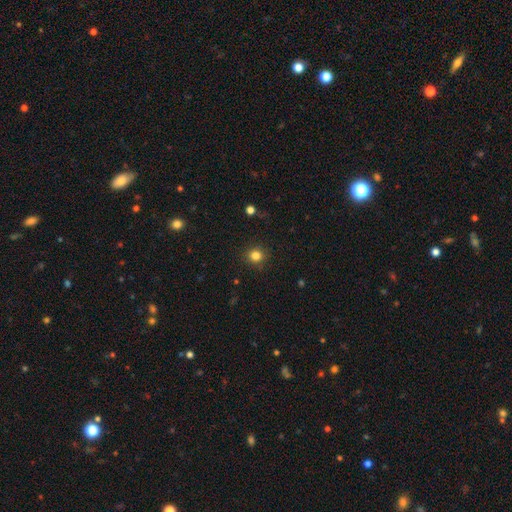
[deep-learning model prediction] Smooth or featured: smooth — 82% (star or artifact — 13%)
How rounded: round — 88% (in between — 11%)
Merging: none — 90% (minor disturbance — 7%)